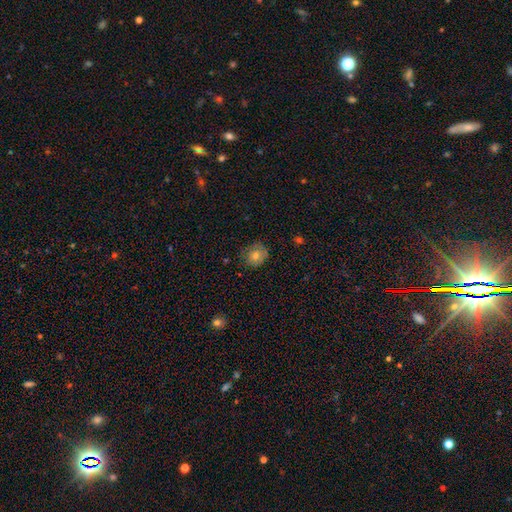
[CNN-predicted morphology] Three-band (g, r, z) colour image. It shows a smooth galaxy with no disk features (67%) that is round (75%). Merging: none (76%).